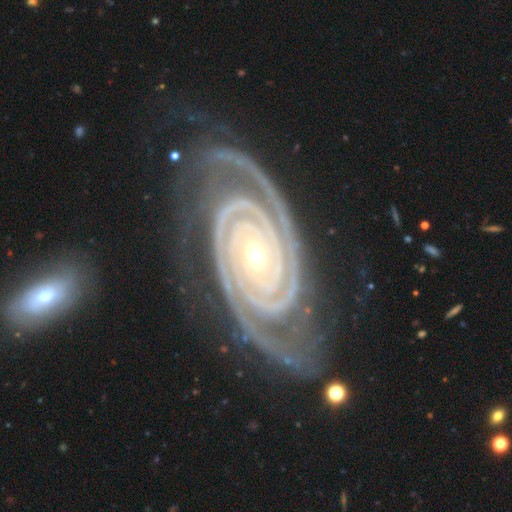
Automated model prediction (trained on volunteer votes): This is clearly a featured or disk galaxy (94%). It is clearly not viewed edge-on (97%). Bar: likely no (70%). Spiral arm pattern: clearly yes (99%). Spiral arm count: likely 2 (69%). Spiral winding: clearly tight (89%). Central bulge: likely small (69%). Merging: likely none (71%).